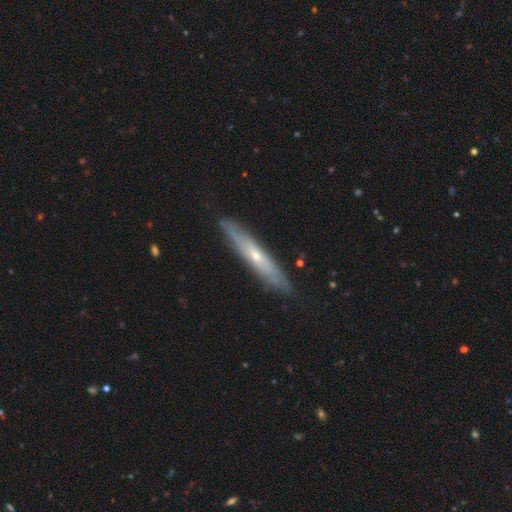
Smooth or featured?
  - featured or disk: 60% *
  - smooth: 40%
  - star or artifact: 0%
Edge-on disk?
  - yes: 62% *
  - no: 38%
Edge-on bulge?
  - rounded: 60% *
  - none: 40%
  - boxy: 0%
Merging?
  - none: 85% *
  - minor disturbance: 10%
  - major disturbance: 5%
  - merger: 0%